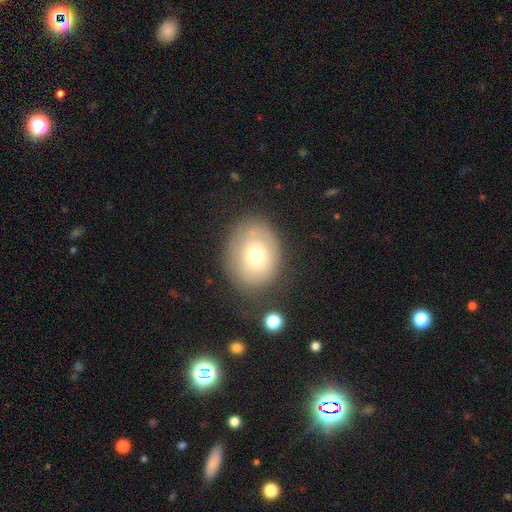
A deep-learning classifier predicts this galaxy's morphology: The model was most divided on "how rounded": round: 50%, in between: 49%, cigar-shaped: 1%. More confident: merging — none (69%); smooth or featured — smooth (67%).